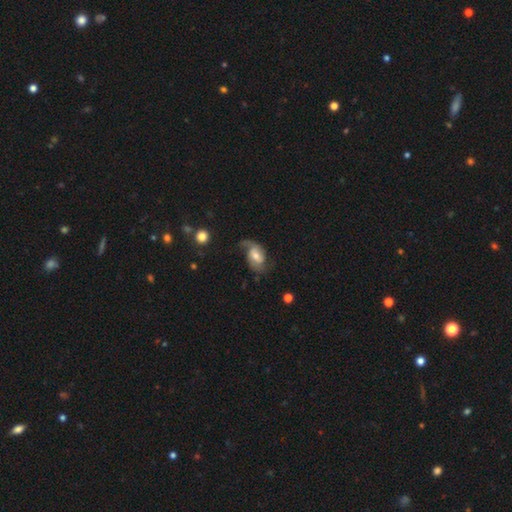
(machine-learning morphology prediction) Smooth or featured?
  - featured or disk: 68% *
  - smooth: 25%
  - star or artifact: 7%
Edge-on disk?
  - no: 96% *
  - yes: 4%
Bar?
  - weak: 44% *
  - no: 40%
  - strong: 16%
Spiral arms?
  - yes: 89% *
  - no: 11%
Spiral winding?
  - loose: 51% *
  - medium: 35%
  - tight: 14%
Spiral arm count?
  - 2: 78% *
  - 1: 12%
  - can't tell: 7%
  - 3: 2%
  - 4: 1%
  - more than 4: 1%
Bulge size?
  - moderate: 62% *
  - small: 27%
  - large: 8%
  - none: 2%
  - dominant: 1%
Merging?
  - none: 52% *
  - minor disturbance: 24%
  - major disturbance: 21%
  - merger: 3%